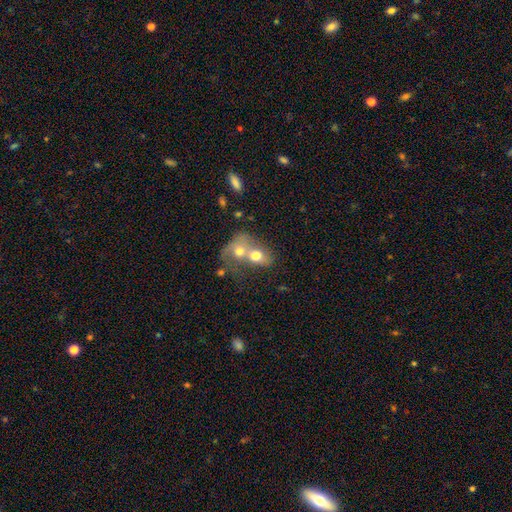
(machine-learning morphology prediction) The model was most divided on "how rounded": in between: 59%, round: 39%, cigar-shaped: 2%. More confident: merging — merger (80%); smooth or featured — smooth (64%).